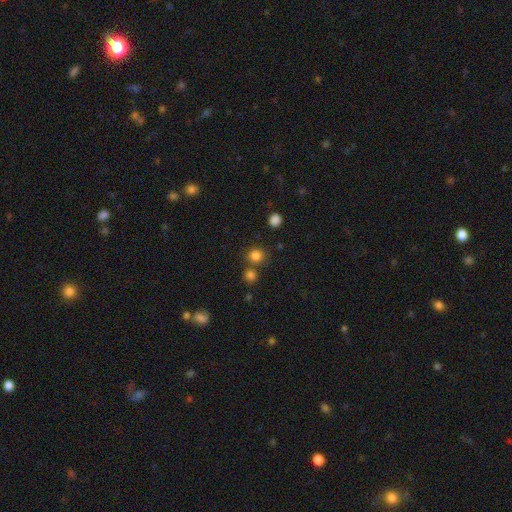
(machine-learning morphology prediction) type=smooth (81%); roundness=round (88%); merging=none (72%).